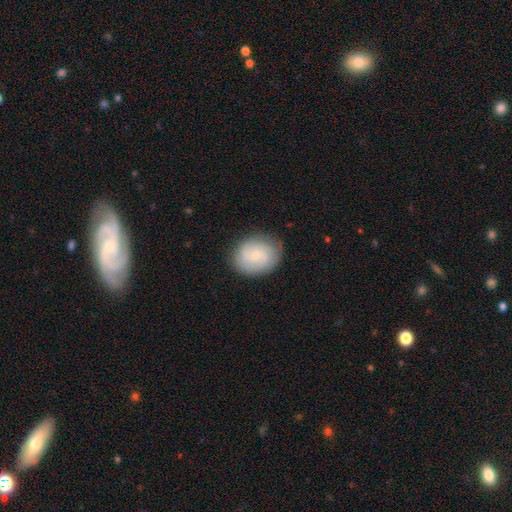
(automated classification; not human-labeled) Morphology: type=smooth (51%); roundness=round (60%); merging=none (81%).